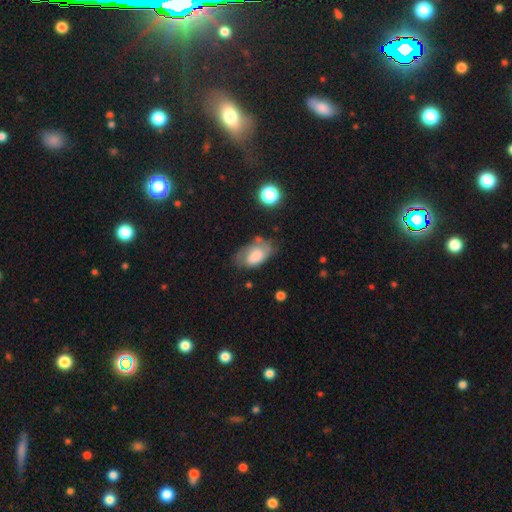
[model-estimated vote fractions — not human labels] smooth-or-featured: smooth: 56% | featured or disk: 36% | star or artifact: 8%
  how-rounded: in between: 91% | round: 7% | cigar-shaped: 2%
  merging: none: 48% | minor disturbance: 32% | major disturbance: 17% | merger: 4%